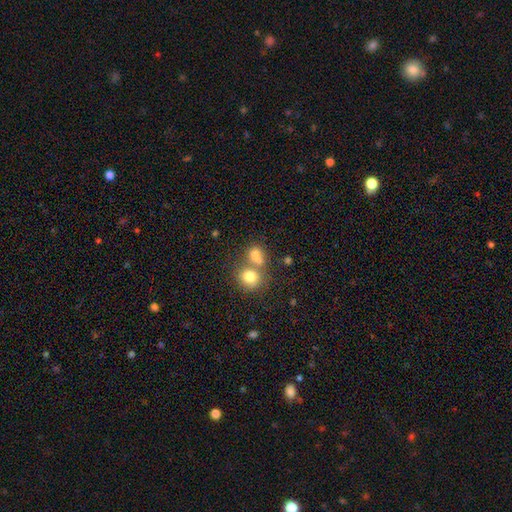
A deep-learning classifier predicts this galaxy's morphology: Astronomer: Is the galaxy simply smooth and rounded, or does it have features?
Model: smooth — 76%.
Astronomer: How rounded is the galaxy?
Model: round — 55% (runner-up: in between, 44%).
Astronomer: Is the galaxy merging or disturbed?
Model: merger — 50% (runner-up: none, 36%).